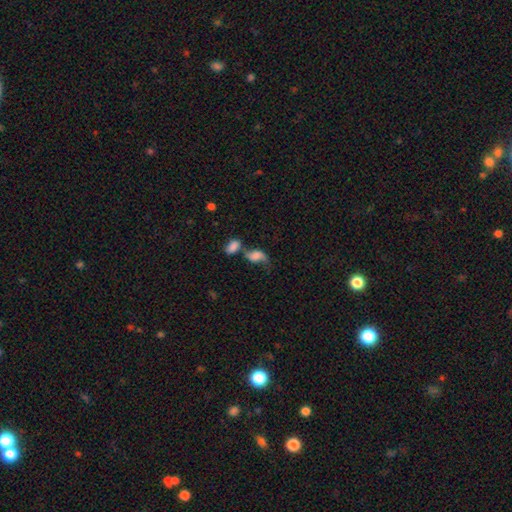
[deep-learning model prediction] Smooth or featured? smooth (56%)
How rounded? in between (83%)
Merging? merger (48%)